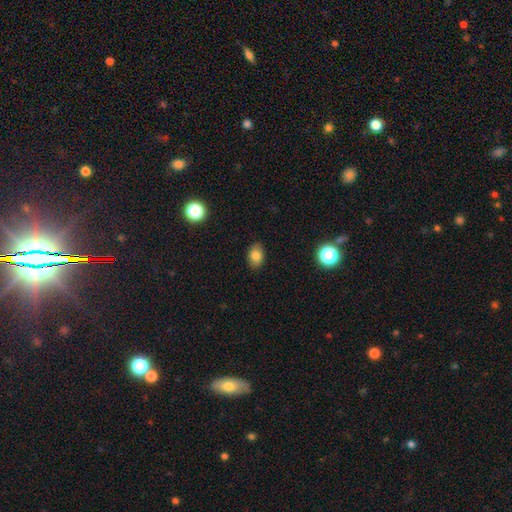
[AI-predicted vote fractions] Overall: smooth (82%). How rounded: in between (78%). Merging: none (87%).